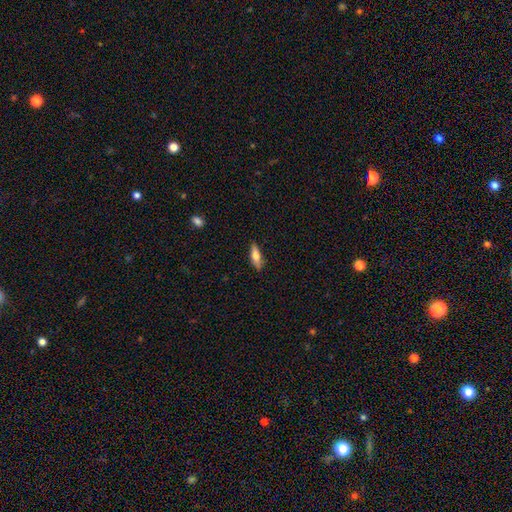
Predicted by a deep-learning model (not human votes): smooth 62%, featured or disk 31%, star or artifact 7%. Down the decision tree: how rounded — in between (53%); merging — none (84%).